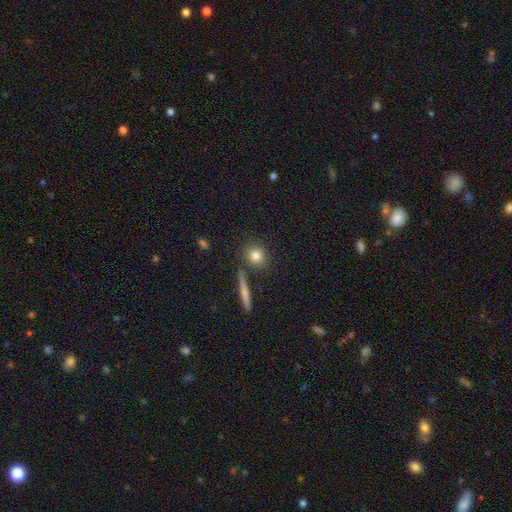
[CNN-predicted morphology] Smooth or featured?
  - smooth: 80% *
  - featured or disk: 11%
  - star or artifact: 10%
How rounded?
  - round: 84% *
  - in between: 12%
  - cigar-shaped: 4%
Merging?
  - none: 80% *
  - minor disturbance: 9%
  - merger: 8%
  - major disturbance: 3%